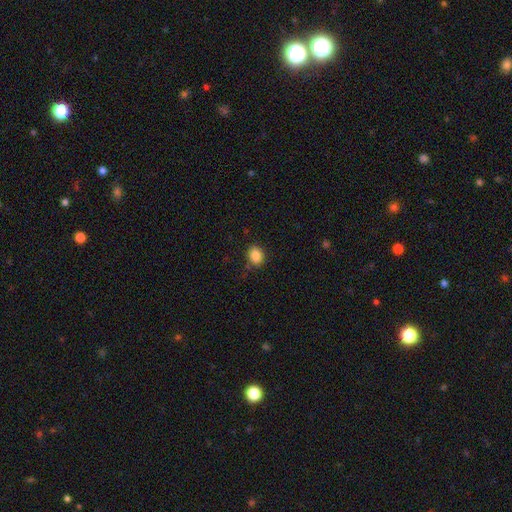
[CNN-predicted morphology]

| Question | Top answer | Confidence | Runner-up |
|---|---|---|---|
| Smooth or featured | smooth | 86% | star or artifact (10%) |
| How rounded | round | 52% | in between (47%) |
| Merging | none | 84% | minor disturbance (12%) |